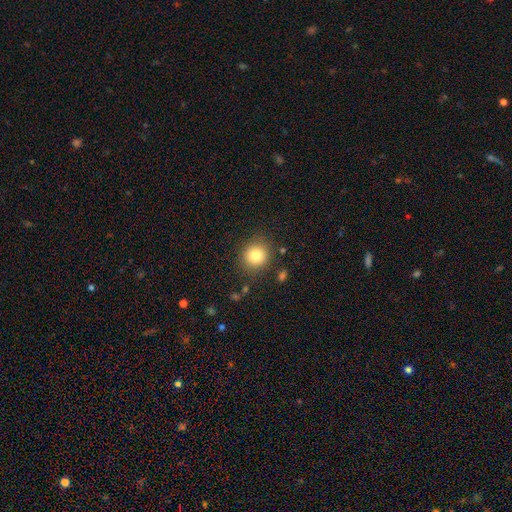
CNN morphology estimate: Smooth or featured: smooth — 80% (star or artifact — 11%)
How rounded: round — 89% (in between — 10%)
Merging: none — 85% (minor disturbance — 9%)